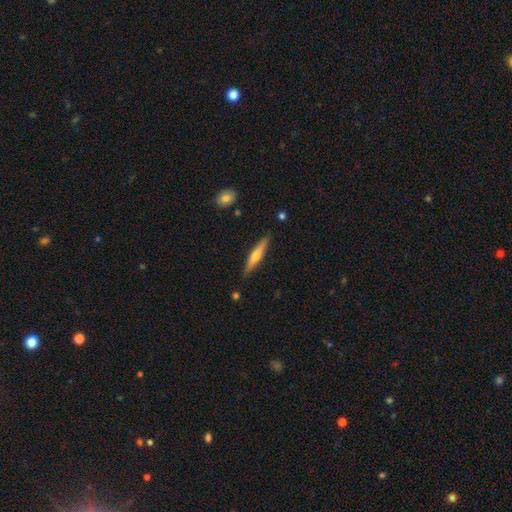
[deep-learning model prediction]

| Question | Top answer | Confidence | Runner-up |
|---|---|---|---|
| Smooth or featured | featured or disk | 51% | smooth (43%) |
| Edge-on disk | yes | 95% | no (5%) |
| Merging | none | 88% | minor disturbance (9%) |